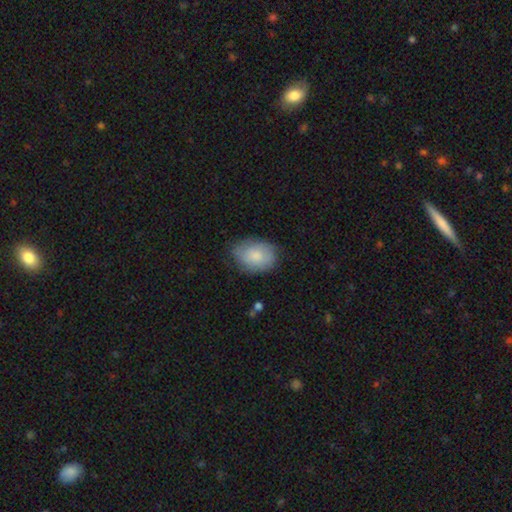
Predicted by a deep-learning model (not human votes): Smooth or featured: smooth — 78% (featured or disk — 16%)
How rounded: in between — 77% (round — 22%)
Merging: none — 73% (minor disturbance — 21%)